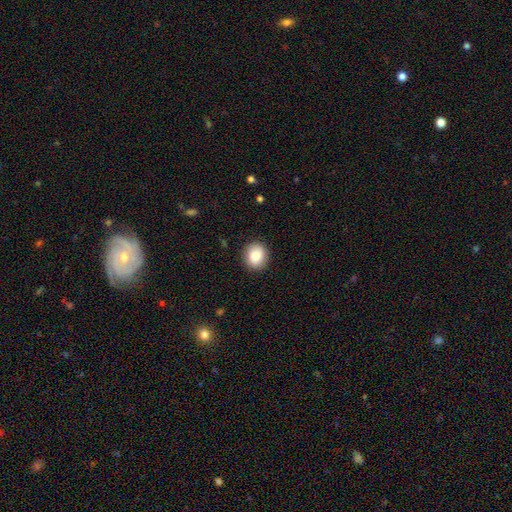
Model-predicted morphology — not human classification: Smooth or featured?
  - smooth: 85% *
  - star or artifact: 8%
  - featured or disk: 7%
How rounded?
  - round: 72% *
  - in between: 27%
  - cigar-shaped: 1%
Merging?
  - none: 90% *
  - minor disturbance: 7%
  - major disturbance: 2%
  - merger: 1%